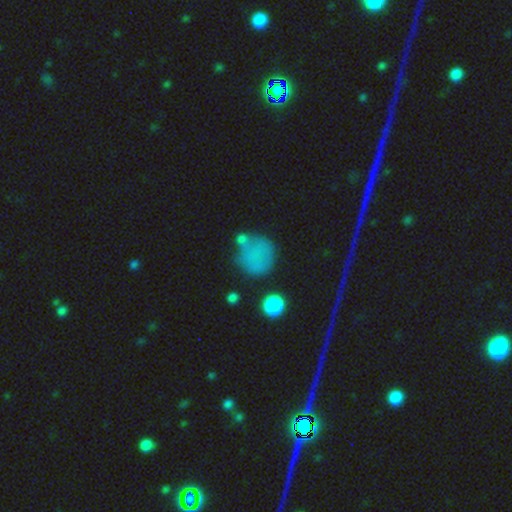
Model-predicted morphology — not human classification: Smooth or featured?
  - smooth: 69% *
  - star or artifact: 17%
  - featured or disk: 14%
How rounded?
  - round: 86% *
  - in between: 12%
  - cigar-shaped: 1%
Merging?
  - none: 58% *
  - minor disturbance: 20%
  - merger: 11%
  - major disturbance: 10%